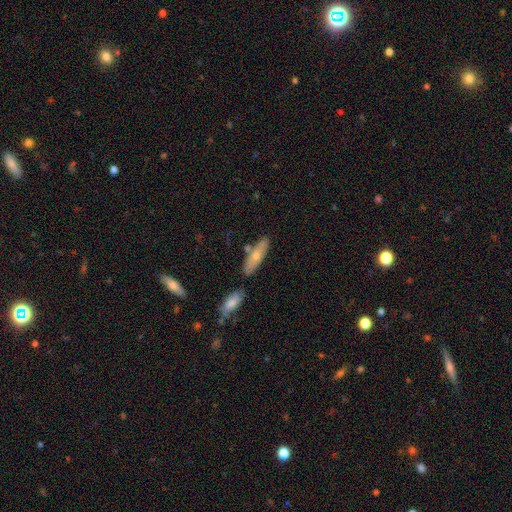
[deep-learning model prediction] A smooth galaxy with no disk features (62%) that is cigar-shaped (52%).

Vote fractions:
- Smooth or featured? smooth: 62% / featured or disk: 32% / star or artifact: 6%
- How rounded? cigar-shaped: 52% / in between: 46% / round: 2%
- Merging? none: 71% / minor disturbance: 14% / merger: 12% / major disturbance: 3%